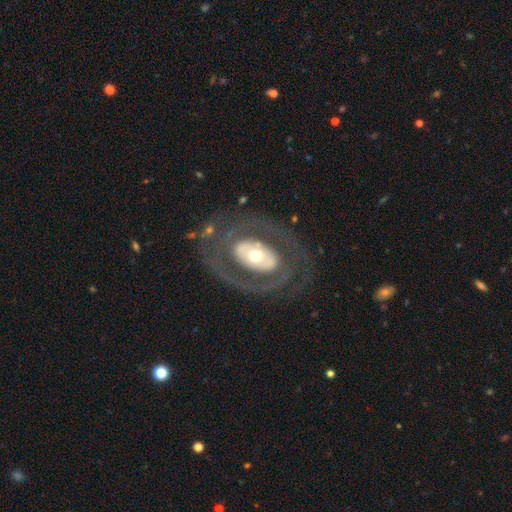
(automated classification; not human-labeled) The model was most divided on "spiral arms": no: 53%, yes: 47%. More confident: edge-on disk — no (93%); smooth or featured — featured or disk (74%); merging — none (73%); bar — no (65%); bulge size — moderate (62%).